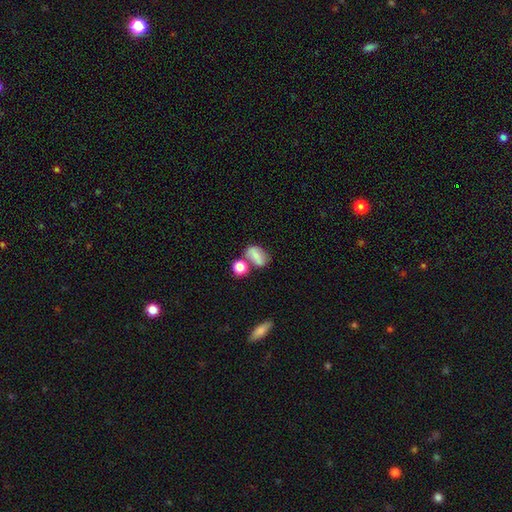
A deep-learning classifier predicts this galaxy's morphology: Overall: smooth (67%). How rounded: in between (72%). Merging: none (48%; merger 28%).